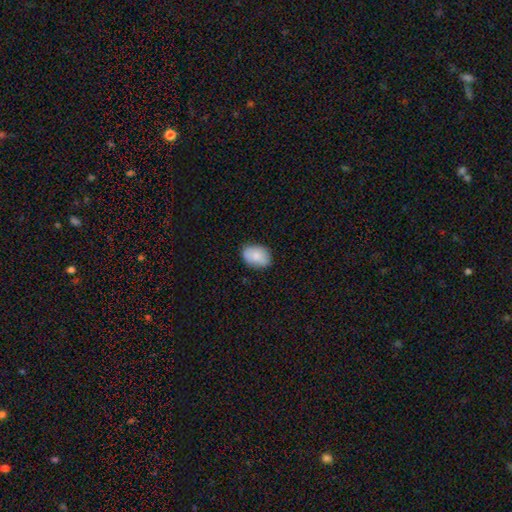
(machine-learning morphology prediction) smooth_or_featured: smooth (p=0.82) [alt: featured or disk p=0.11]
how_rounded: in between (p=0.80) [alt: round p=0.19]
merging: none (p=0.80) [alt: minor disturbance p=0.16]